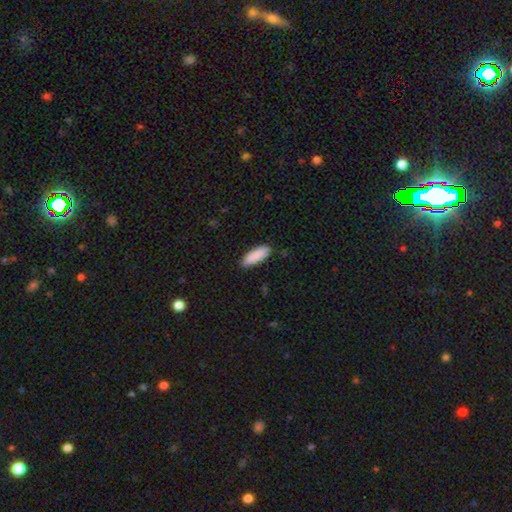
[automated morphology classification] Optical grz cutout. It shows a smooth galaxy with no disk features (90%) that is in between round and cigar-shaped (61%). Merging: none (88%).